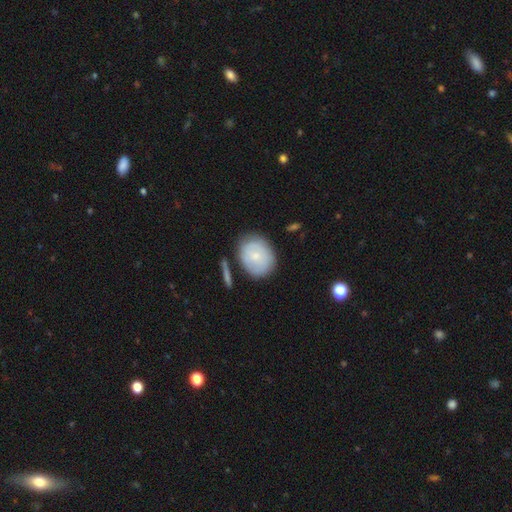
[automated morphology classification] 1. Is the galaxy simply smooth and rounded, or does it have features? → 66% smooth, 28% featured or disk, 6% star or artifact.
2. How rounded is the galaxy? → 51% round, 48% in between, 1% cigar-shaped.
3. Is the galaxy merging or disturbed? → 71% none, 18% minor disturbance, 6% merger, 5% major disturbance.